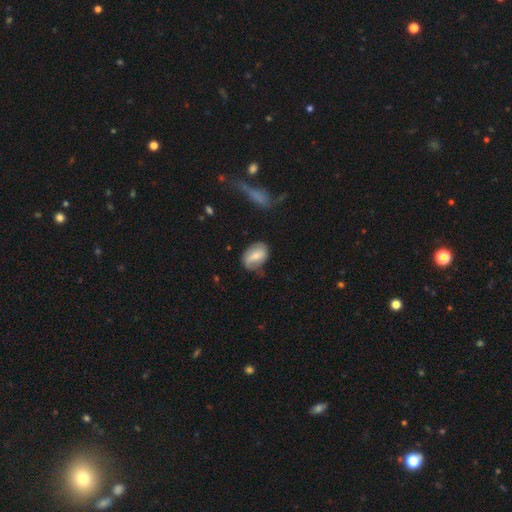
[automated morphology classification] Smooth or featured? smooth (53%)
How rounded? in between (81%)
Merging? none (48%)